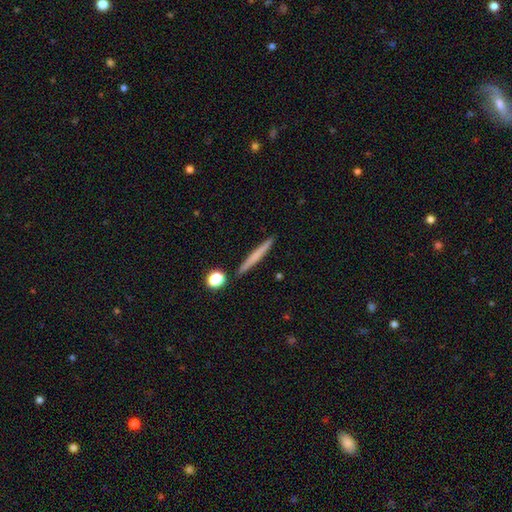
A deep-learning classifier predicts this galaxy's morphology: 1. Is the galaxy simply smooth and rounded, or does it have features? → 61% smooth, 33% featured or disk, 6% star or artifact.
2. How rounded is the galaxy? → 95% cigar-shaped, 3% in between, 2% round.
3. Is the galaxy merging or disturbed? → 89% none, 6% minor disturbance, 3% merger, 2% major disturbance.